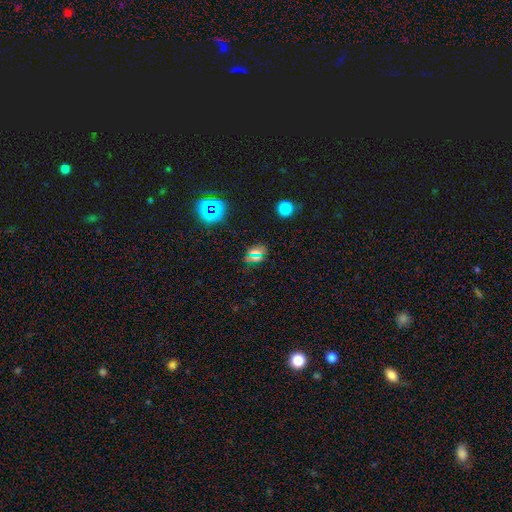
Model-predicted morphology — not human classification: Overall: smooth (46%; star or artifact 44%). Merging: none (82%).